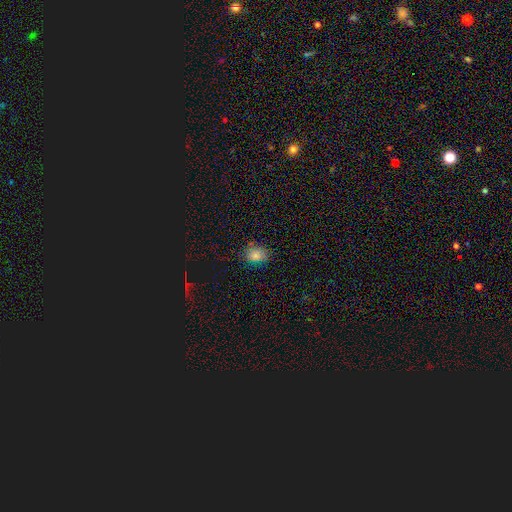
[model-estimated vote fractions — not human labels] A smooth galaxy with no disk features (82%) that is round (50%). Merging: none (80%).